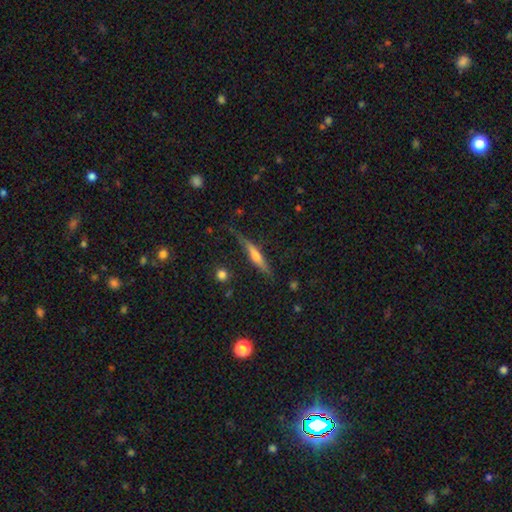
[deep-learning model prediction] This is possibly a featured or disk galaxy (55%). It is clearly viewed edge-on (94%). Edge-on bulge: likely rounded (78%). Merging: likely none (75%).